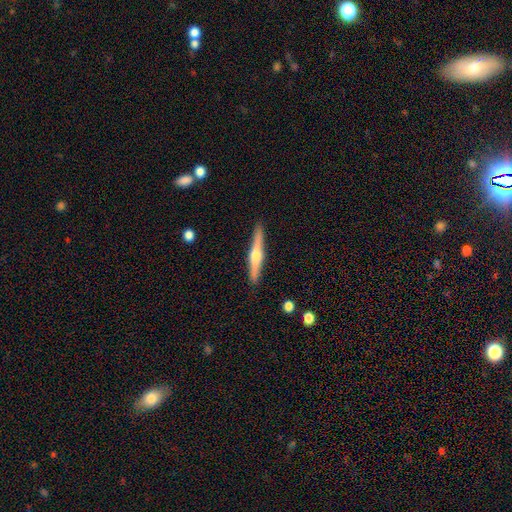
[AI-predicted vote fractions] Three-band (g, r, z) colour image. It shows a featured or disk galaxy (67%) viewed edge-on (98%) with a rounded central bulge (91%). Merging: none (90%).